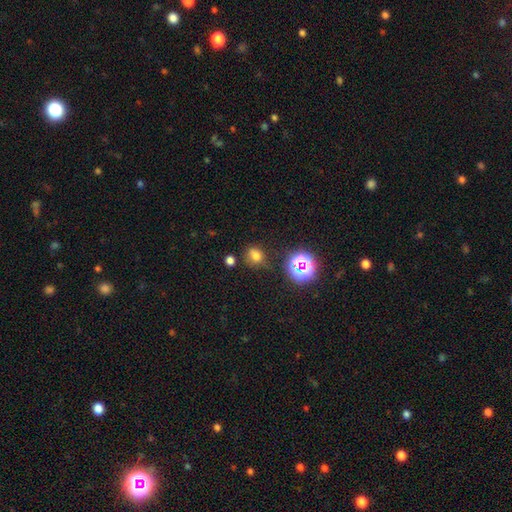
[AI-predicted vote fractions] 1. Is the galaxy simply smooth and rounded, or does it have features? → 67% smooth, 24% star or artifact, 9% featured or disk.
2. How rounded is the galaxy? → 67% round, 31% in between, 1% cigar-shaped.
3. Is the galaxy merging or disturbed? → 65% none, 21% minor disturbance, 8% major disturbance, 6% merger.